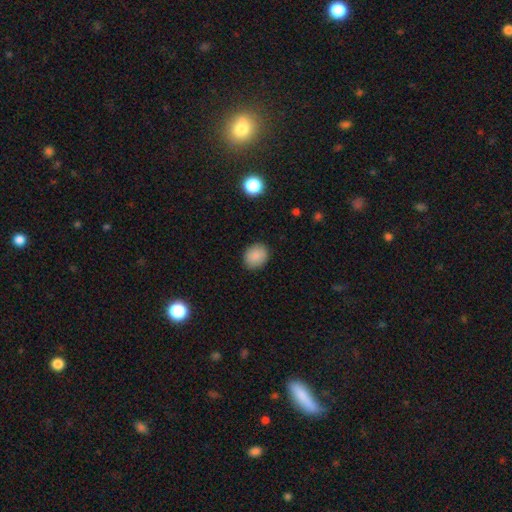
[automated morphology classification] A smooth galaxy with no disk features (87%) that is round (63%).

Vote fractions:
- Smooth or featured? smooth: 87% / star or artifact: 9% / featured or disk: 4%
- How rounded? round: 63% / in between: 36% / cigar-shaped: 1%
- Merging? none: 89% / minor disturbance: 8% / major disturbance: 2% / merger: 1%